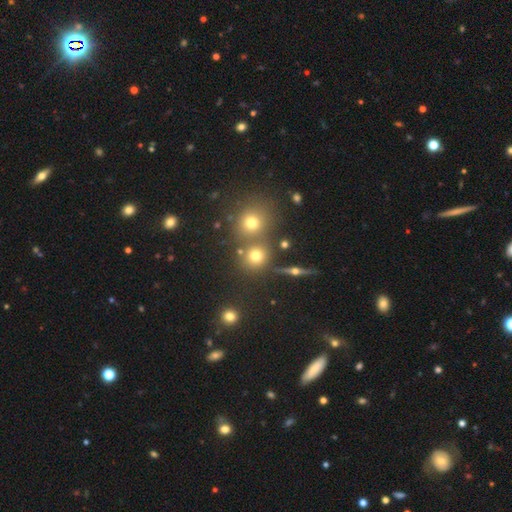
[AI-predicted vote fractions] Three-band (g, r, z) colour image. It shows a smooth galaxy with no disk features (69%) that is round (89%). Merging: none (70%).